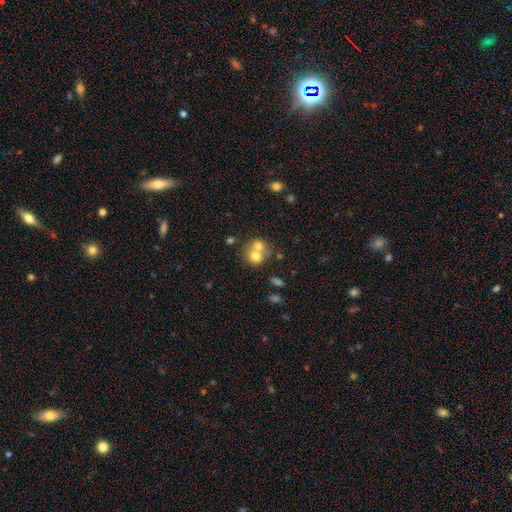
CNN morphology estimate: Smooth or featured: smooth — 69% (featured or disk — 21%)
How rounded: round — 76% (in between — 23%)
Merging: merger — 63% (none — 28%)